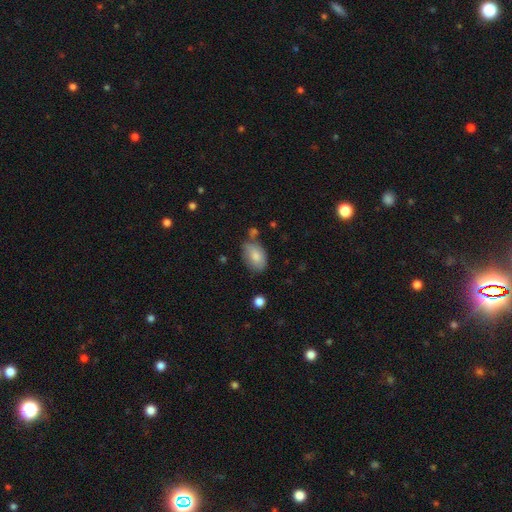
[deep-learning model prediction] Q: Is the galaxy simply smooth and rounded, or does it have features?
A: smooth — 80%.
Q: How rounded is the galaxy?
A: in between — 89%.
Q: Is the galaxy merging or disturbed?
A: none — 59%.